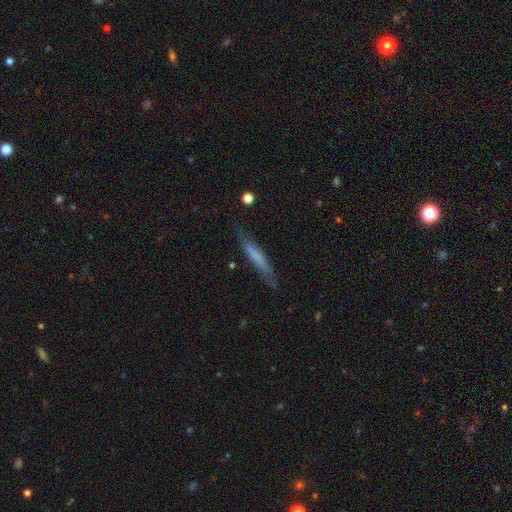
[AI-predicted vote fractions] A smooth galaxy with no disk features (53%) that is cigar-shaped (92%).

Vote fractions:
- Smooth or featured? smooth: 53% / featured or disk: 39% / star or artifact: 7%
- How rounded? cigar-shaped: 92% / in between: 7% / round: 2%
- Merging? none: 71% / minor disturbance: 20% / major disturbance: 6% / merger: 3%